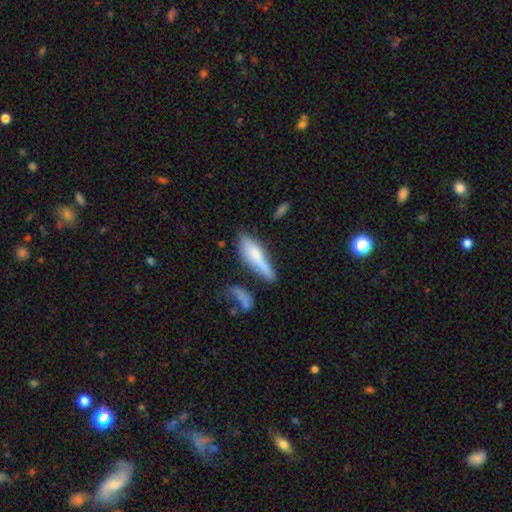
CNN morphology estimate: A smooth galaxy with no disk features (66%) that is cigar-shaped (61%). Merging: none (46%).